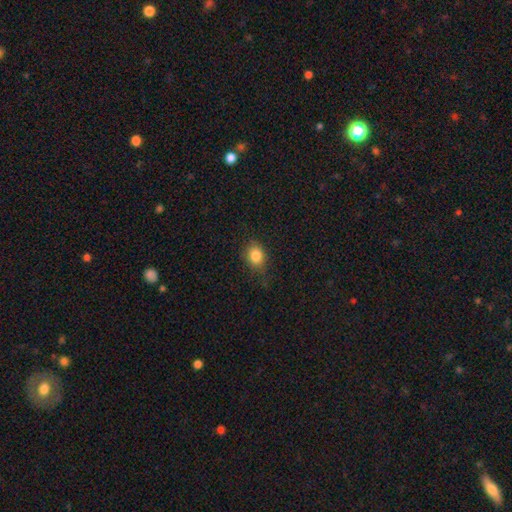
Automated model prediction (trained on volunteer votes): The model was most divided on "how rounded": round: 51%, in between: 48%, cigar-shaped: 1%. More confident: smooth or featured — smooth (84%); merging — none (74%).